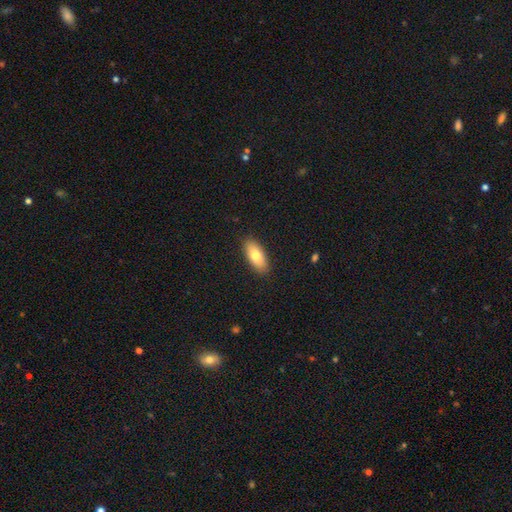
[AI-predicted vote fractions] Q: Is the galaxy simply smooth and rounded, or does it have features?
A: smooth — 74%.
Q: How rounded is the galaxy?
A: in between — 85%.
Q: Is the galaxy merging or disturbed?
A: none — 89%.